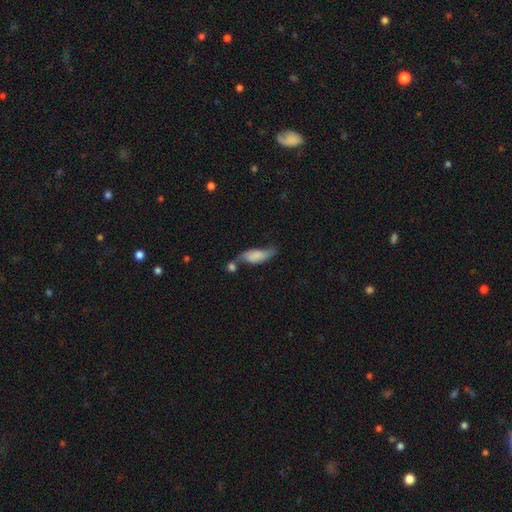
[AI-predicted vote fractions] Smooth or featured? smooth (54%)
How rounded? in between (71%)
Merging? merger (31%, tied with none)